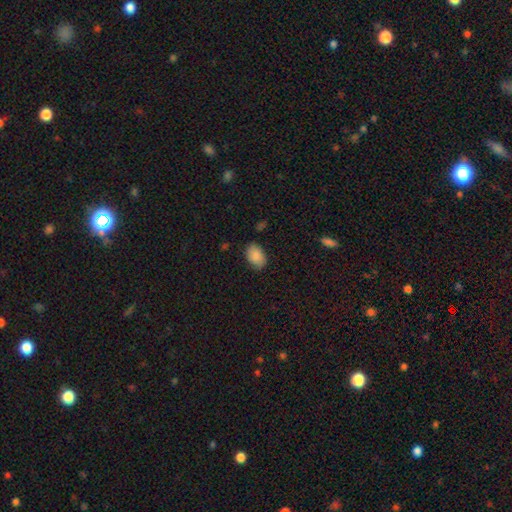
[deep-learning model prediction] A smooth galaxy with no disk features (88%) that is in between round and cigar-shaped (87%). Merging: none (82%).